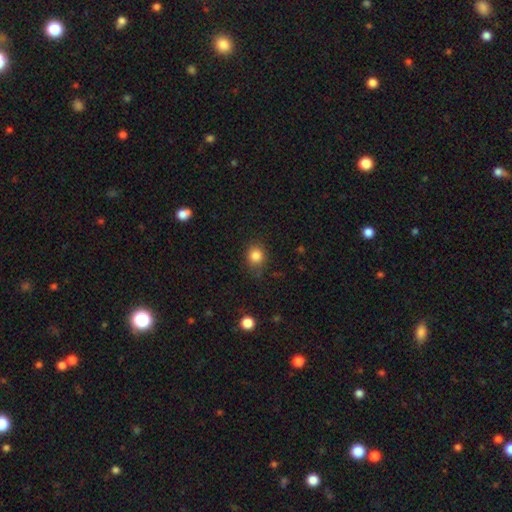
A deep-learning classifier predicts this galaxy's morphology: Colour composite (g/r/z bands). It shows a smooth galaxy with no disk features (84%) that is round (78%). Merging: none (78%).